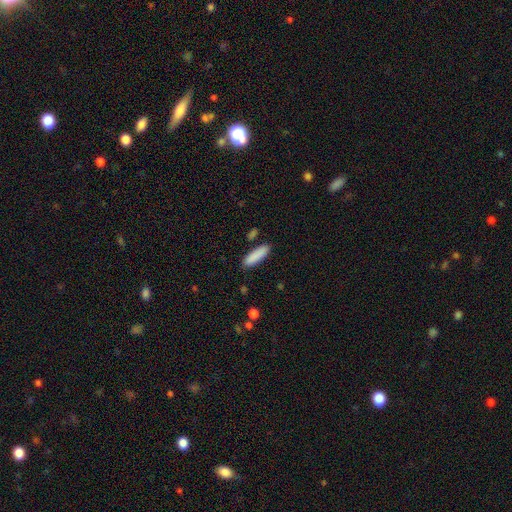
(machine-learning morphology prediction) Q: Smooth or featured?
A: smooth (88%); runner-up: star or artifact (6%)
Q: How rounded?
A: cigar-shaped (63%); runner-up: in between (35%)
Q: Merging?
A: none (86%); runner-up: minor disturbance (9%)